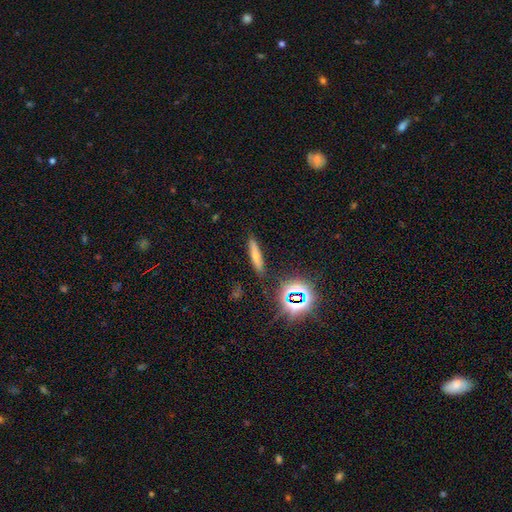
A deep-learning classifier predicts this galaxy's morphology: The model was most divided on "smooth or featured": smooth: 57%, featured or disk: 24%, star or artifact: 18%. More confident: merging — none (86%); how rounded — cigar-shaped (82%).